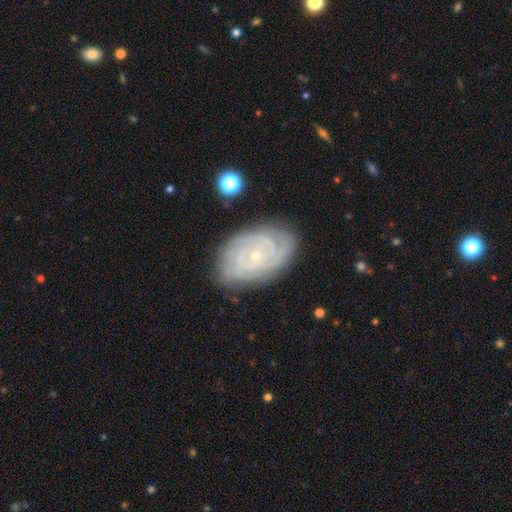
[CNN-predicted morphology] Overall: featured or disk (85%). Edge-on disk: no (96%). Bar: no (74%). Spiral arms: yes (97%). Spiral arm count: can't tell (26%; 3 24%). Spiral winding: tight (81%). Bulge size: small (82%). Merging: none (80%).